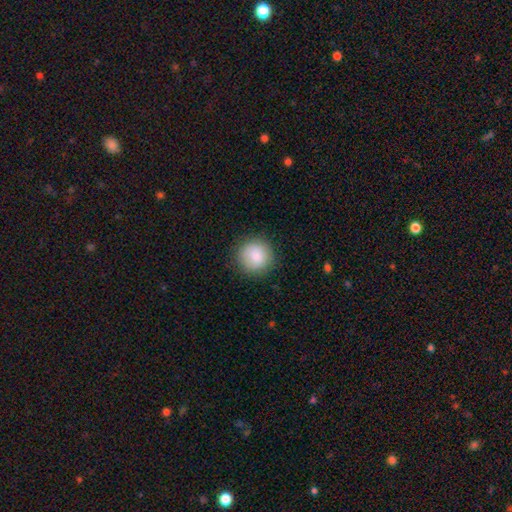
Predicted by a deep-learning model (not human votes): smooth-or-featured: smooth: 86% | star or artifact: 8% | featured or disk: 7%
  how-rounded: round: 94% | in between: 5% | cigar-shaped: 1%
  merging: none: 87% | minor disturbance: 9% | major disturbance: 3% | merger: 1%